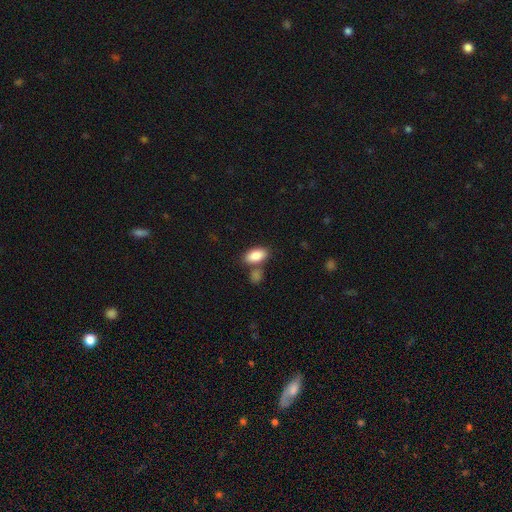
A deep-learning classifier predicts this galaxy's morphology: Smooth or featured: smooth — 86% (featured or disk — 7%)
How rounded: in between — 92% (cigar-shaped — 4%)
Merging: none — 66% (merger — 18%)